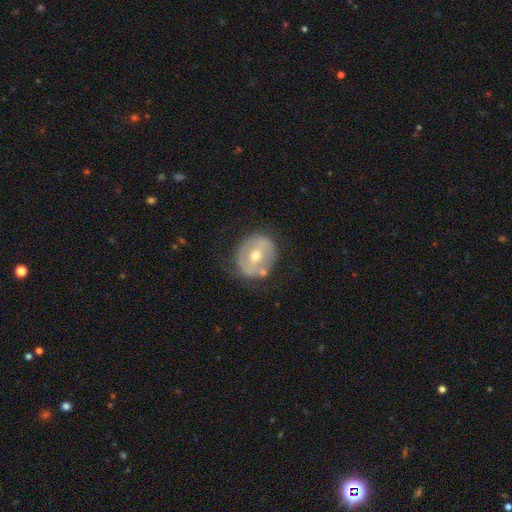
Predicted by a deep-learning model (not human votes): Q: Smooth or featured?
A: featured or disk (60%); runner-up: smooth (33%)
Q: Edge-on disk?
A: no (95%); runner-up: yes (5%)
Q: Bar?
A: no (38%); runner-up: weak (37%)
Q: Spiral arms?
A: no (69%); runner-up: yes (31%)
Q: Bulge size?
A: moderate (70%); runner-up: small (25%)
Q: Merging?
A: none (74%); runner-up: minor disturbance (16%)